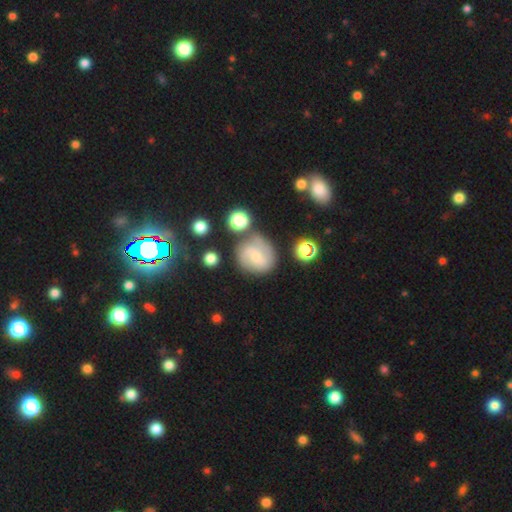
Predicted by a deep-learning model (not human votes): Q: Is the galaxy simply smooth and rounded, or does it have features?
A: featured or disk — 63%.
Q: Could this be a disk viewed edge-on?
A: no — 98%.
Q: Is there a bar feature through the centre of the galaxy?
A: no — 49%.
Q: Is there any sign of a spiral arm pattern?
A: yes — 90%.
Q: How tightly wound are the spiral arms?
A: medium — 45%.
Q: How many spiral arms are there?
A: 2 — 67%.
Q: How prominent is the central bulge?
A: small — 54%.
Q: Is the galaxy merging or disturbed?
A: none — 60%.